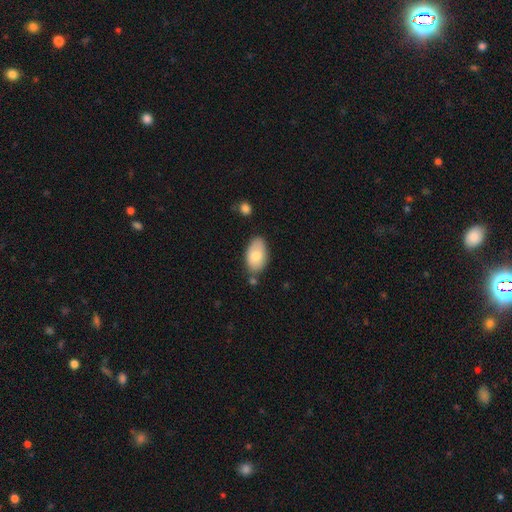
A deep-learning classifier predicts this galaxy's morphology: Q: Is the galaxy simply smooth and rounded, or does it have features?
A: smooth — 76%.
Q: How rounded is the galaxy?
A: in between — 93%.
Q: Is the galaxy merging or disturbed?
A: none — 68%.